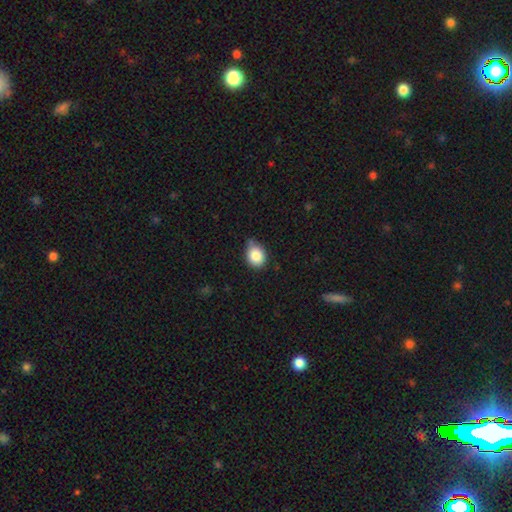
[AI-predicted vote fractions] Smooth or featured: smooth — 85% (star or artifact — 9%)
How rounded: round — 57% (in between — 42%)
Merging: none — 66% (minor disturbance — 27%)